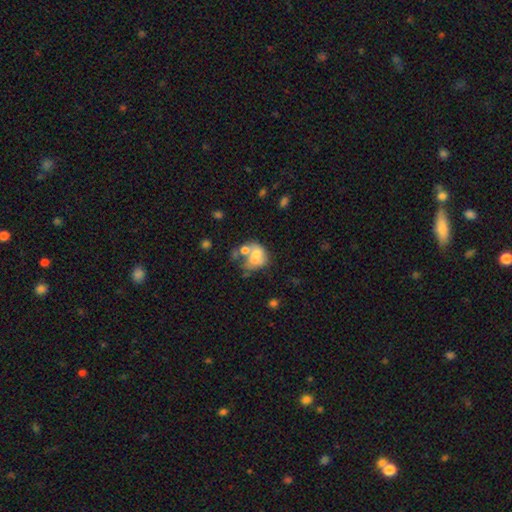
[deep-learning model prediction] Smooth or featured? Predicted: smooth (p=0.55). How rounded? Predicted: in between (p=0.56). Merging? Predicted: merger (p=0.47).